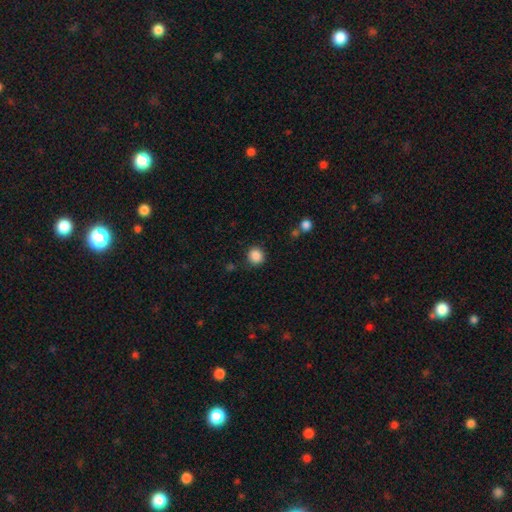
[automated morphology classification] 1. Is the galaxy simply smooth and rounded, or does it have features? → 87% smooth, 10% star or artifact, 3% featured or disk.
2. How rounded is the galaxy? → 86% round, 13% in between, 1% cigar-shaped.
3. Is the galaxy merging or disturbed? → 85% none, 10% minor disturbance, 3% major disturbance, 2% merger.